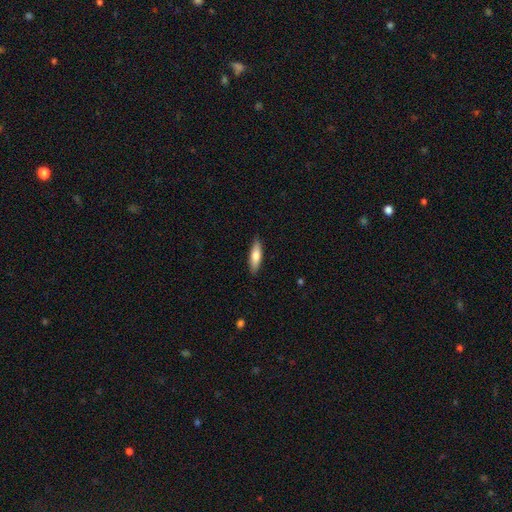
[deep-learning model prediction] Morphology: type=smooth (74%); roundness=cigar-shaped (58%); merging=none (88%).